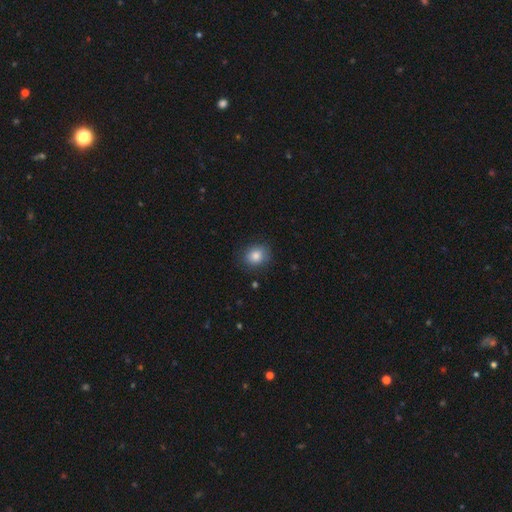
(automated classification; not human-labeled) Smooth or featured? smooth (84%)
How rounded? round (64%)
Merging? none (84%)